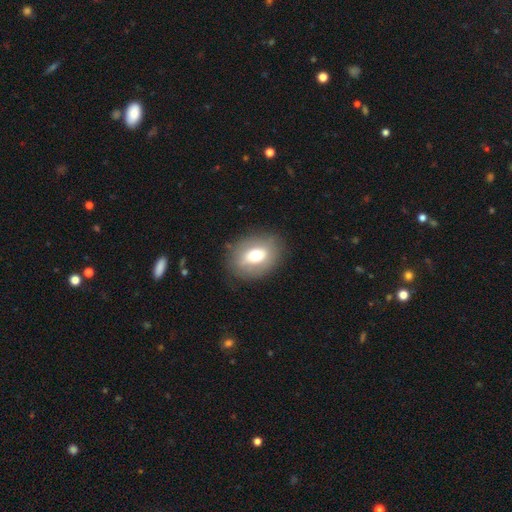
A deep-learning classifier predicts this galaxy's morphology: Smooth or featured? Predicted: smooth (p=0.60). How rounded? Predicted: in between (p=0.62). Merging? Predicted: none (p=0.81).